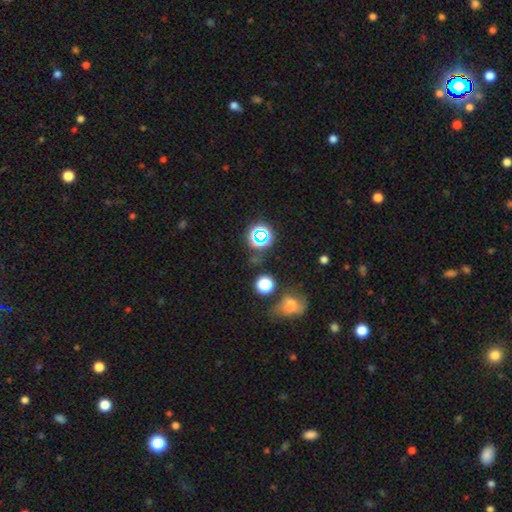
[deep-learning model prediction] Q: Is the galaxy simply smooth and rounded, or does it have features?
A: star or artifact — 56%.